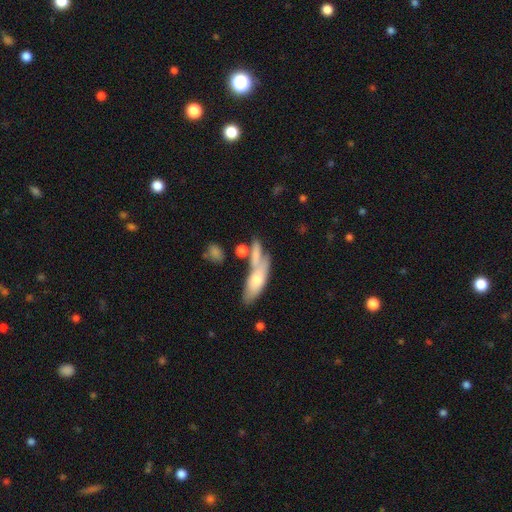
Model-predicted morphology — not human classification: smooth 66%, featured or disk 26%, star or artifact 8%. Down the decision tree: how rounded — in between (47%); merging — merger (39%).